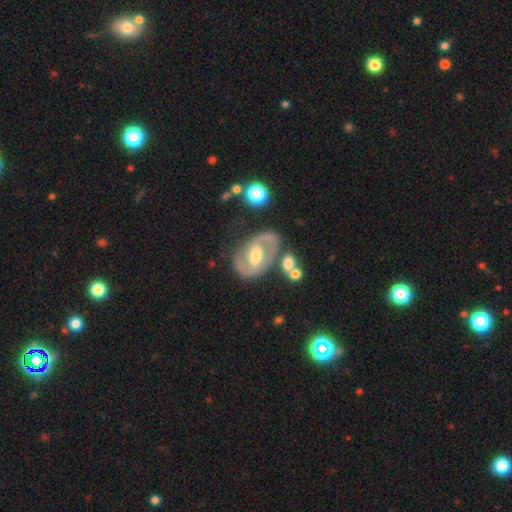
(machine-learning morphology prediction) Smooth or featured? featured or disk (78%)
Edge-on disk? no (96%)
Bar? weak (42%)
Spiral arms? yes (73%)
Spiral winding? medium (51%)
Spiral arm count? 2 (83%)
Bulge size? moderate (68%)
Merging? none (68%)